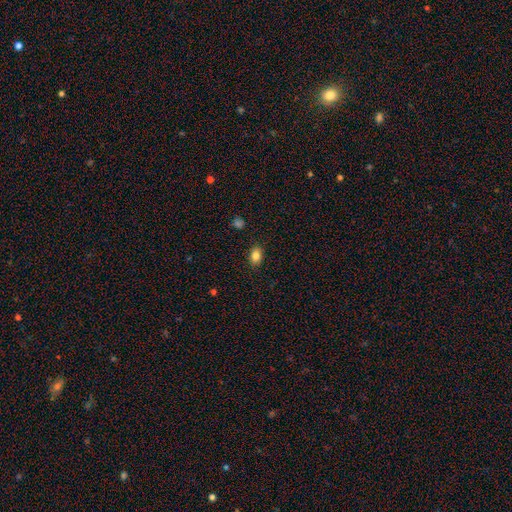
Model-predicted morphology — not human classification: smooth-or-featured: smooth: 84% | star or artifact: 9% | featured or disk: 6%
  how-rounded: in between: 80% | round: 18% | cigar-shaped: 2%
  merging: none: 88% | minor disturbance: 9% | major disturbance: 2% | merger: 1%